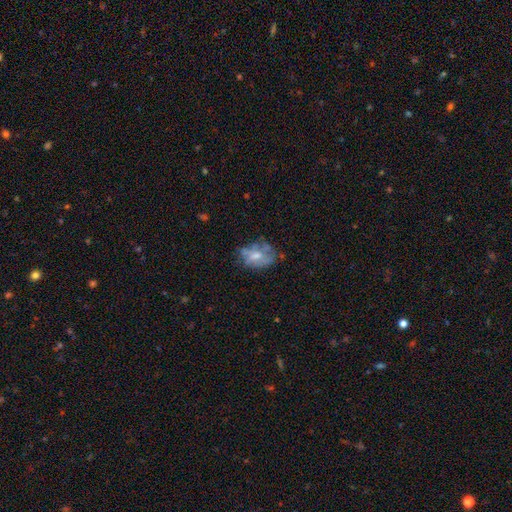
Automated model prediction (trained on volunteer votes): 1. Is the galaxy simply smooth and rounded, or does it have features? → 50% featured or disk, 36% smooth, 14% star or artifact.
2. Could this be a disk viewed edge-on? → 95% no, 5% yes.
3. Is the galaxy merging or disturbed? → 53% none, 25% minor disturbance, 17% major disturbance, 5% merger.